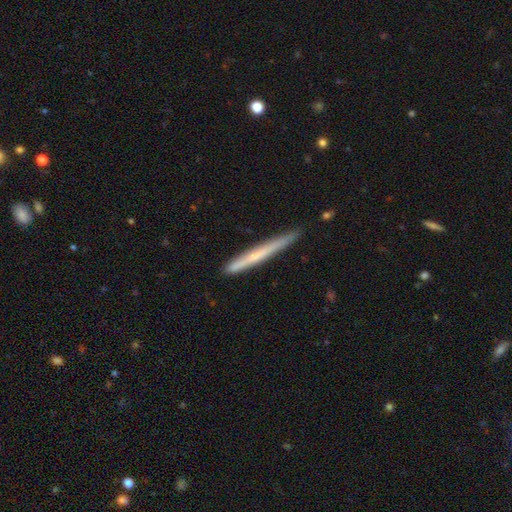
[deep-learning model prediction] Smooth or featured? smooth (51%)
How rounded? cigar-shaped (97%)
Merging? none (84%)